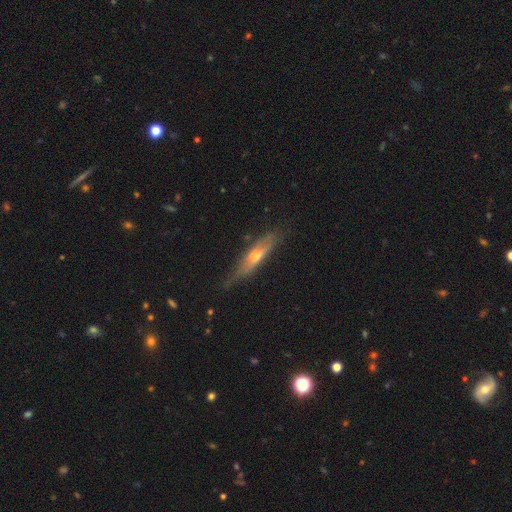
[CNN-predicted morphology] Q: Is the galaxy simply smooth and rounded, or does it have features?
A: featured or disk — 60%.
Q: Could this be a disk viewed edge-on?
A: yes — 81%.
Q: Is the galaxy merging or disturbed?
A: none — 67%.